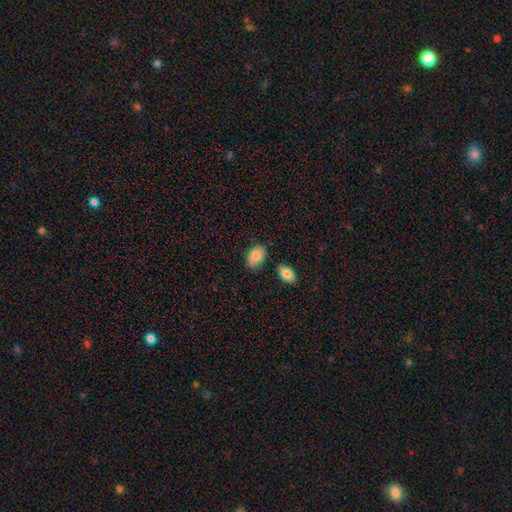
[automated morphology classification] Smooth or featured?
  - smooth: 82% *
  - featured or disk: 10%
  - star or artifact: 7%
How rounded?
  - in between: 86% *
  - round: 13%
  - cigar-shaped: 1%
Merging?
  - none: 72% *
  - minor disturbance: 19%
  - merger: 5%
  - major disturbance: 4%